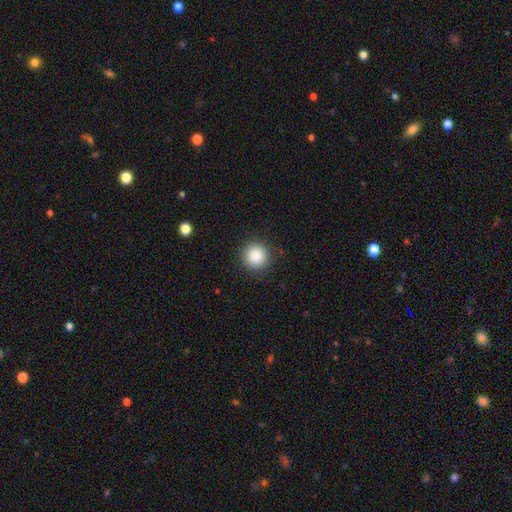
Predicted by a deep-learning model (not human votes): smooth_or_featured: smooth (p=0.86) [alt: star or artifact p=0.09]
how_rounded: round (p=0.94) [alt: in between p=0.05]
merging: none (p=0.89) [alt: minor disturbance p=0.07]